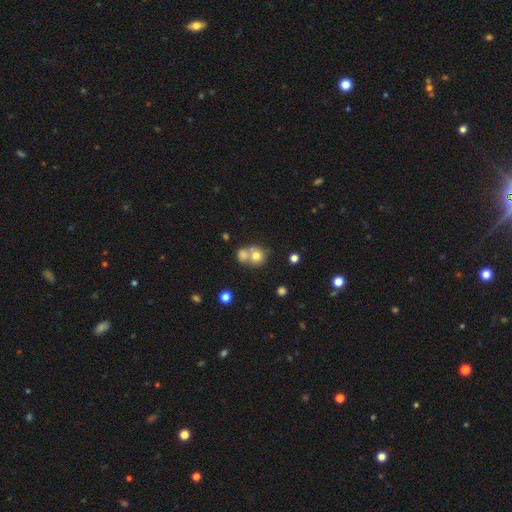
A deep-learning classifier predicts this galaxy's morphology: A smooth galaxy with no disk features (72%) that is round (81%).

Vote fractions:
- Smooth or featured? smooth: 72% / featured or disk: 16% / star or artifact: 12%
- How rounded? round: 81% / in between: 18% / cigar-shaped: 1%
- Merging? merger: 54% / none: 35% / minor disturbance: 7% / major disturbance: 4%